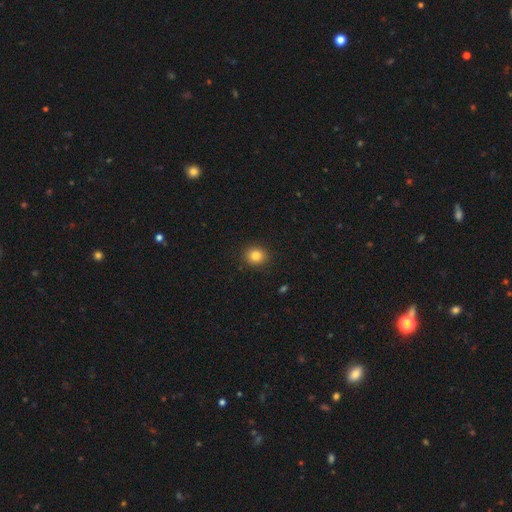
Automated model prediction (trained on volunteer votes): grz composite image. It shows a smooth galaxy with no disk features (84%) that is round (79%). Merging: none (91%).